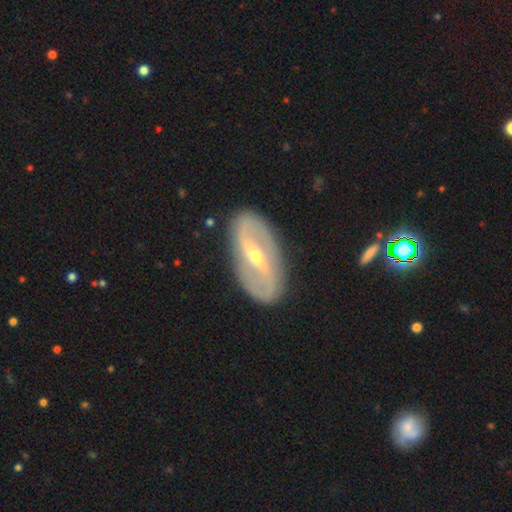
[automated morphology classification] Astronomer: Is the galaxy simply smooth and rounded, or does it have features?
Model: featured or disk — 82%.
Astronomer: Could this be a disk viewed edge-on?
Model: no — 91%.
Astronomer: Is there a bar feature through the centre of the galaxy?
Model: strong — 59%.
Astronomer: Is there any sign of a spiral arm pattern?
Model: yes — 80%.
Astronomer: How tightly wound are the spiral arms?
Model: loose — 41% (runner-up: medium, 35%).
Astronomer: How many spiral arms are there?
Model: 2 — 87%.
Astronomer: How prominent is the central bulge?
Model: small — 58% (runner-up: moderate, 39%).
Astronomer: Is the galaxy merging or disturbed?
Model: none — 87%.